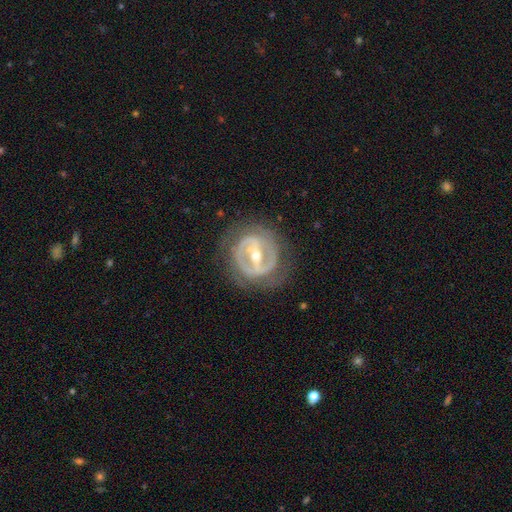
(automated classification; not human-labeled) Smooth or featured?
  - featured or disk: 86% *
  - smooth: 9%
  - star or artifact: 5%
Edge-on disk?
  - no: 94% *
  - yes: 6%
Bar?
  - strong: 68% *
  - weak: 24%
  - no: 9%
Spiral arms?
  - yes: 68% *
  - no: 32%
Spiral winding?
  - tight: 58% *
  - medium: 31%
  - loose: 12%
Spiral arm count?
  - 2: 57% *
  - can't tell: 26%
  - 3: 7%
  - 1: 5%
  - 4: 2%
  - more than 4: 2%
Bulge size?
  - moderate: 50% *
  - small: 47%
  - large: 2%
  - none: 1%
  - dominant: 1%
Merging?
  - none: 76% *
  - minor disturbance: 14%
  - major disturbance: 9%
  - merger: 1%